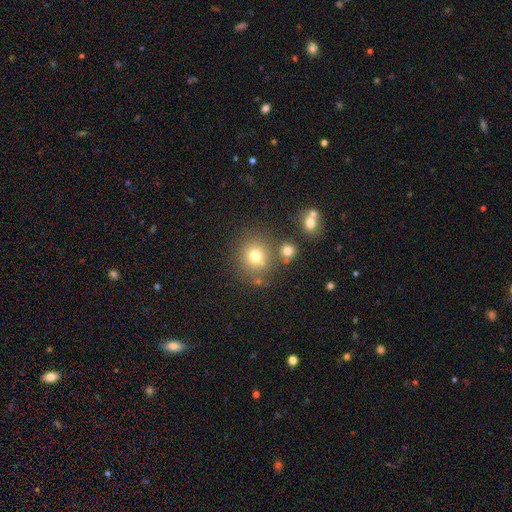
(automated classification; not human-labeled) A smooth galaxy with no disk features (74%) that is round (88%).

Vote fractions:
- Smooth or featured? smooth: 74% / star or artifact: 16% / featured or disk: 11%
- How rounded? round: 88% / in between: 11% / cigar-shaped: 1%
- Merging? none: 73% / merger: 13% / minor disturbance: 10% / major disturbance: 4%